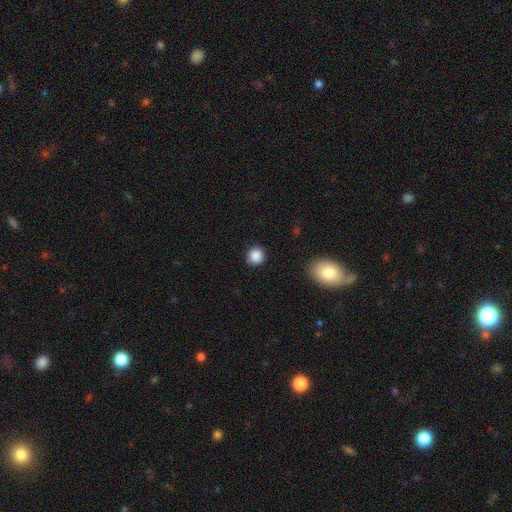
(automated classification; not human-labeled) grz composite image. It shows a smooth galaxy with no disk features (87%) that is round (87%). Merging: none (88%).